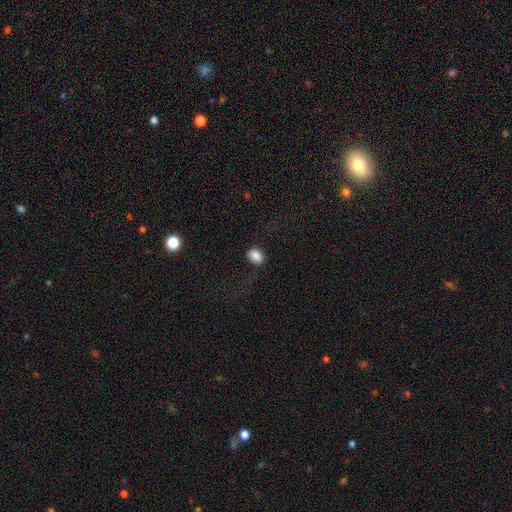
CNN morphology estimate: smooth_or_featured: smooth (p=0.86) [alt: star or artifact p=0.09]
how_rounded: in between (p=0.74) [alt: round p=0.25]
merging: none (p=0.77) [alt: minor disturbance p=0.14]